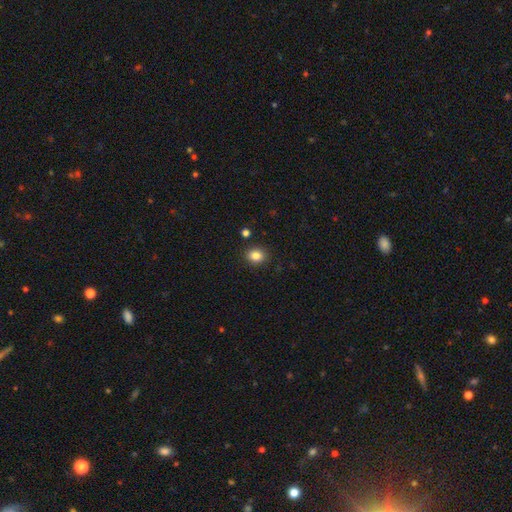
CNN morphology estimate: smooth-or-featured: smooth: 83% | star or artifact: 11% | featured or disk: 5%
  how-rounded: round: 65% | in between: 34% | cigar-shaped: 1%
  merging: none: 89% | minor disturbance: 7% | merger: 2% | major disturbance: 2%